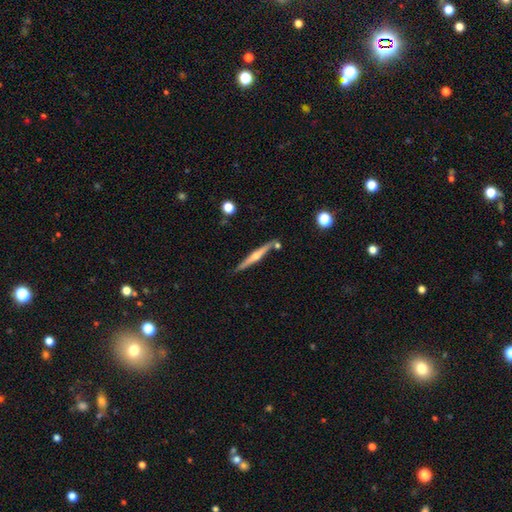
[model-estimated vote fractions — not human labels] Smooth or featured: featured or disk — 72% (smooth — 23%)
Edge-on disk: yes — 98% (no — 2%)
Edge-on bulge: rounded — 88% (none — 8%)
Merging: none — 84% (minor disturbance — 9%)